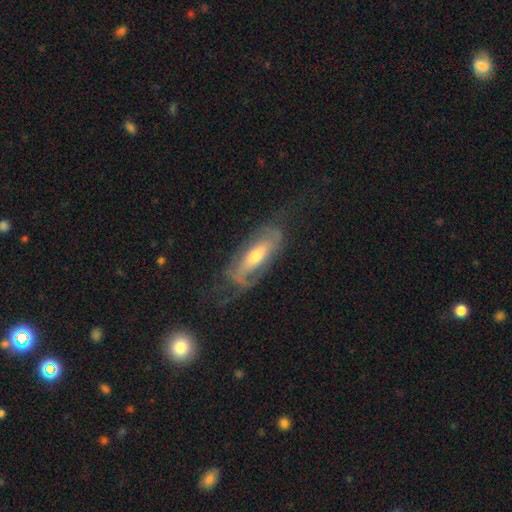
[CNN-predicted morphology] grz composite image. It shows a featured or disk galaxy (63%). Merging: none (49%).